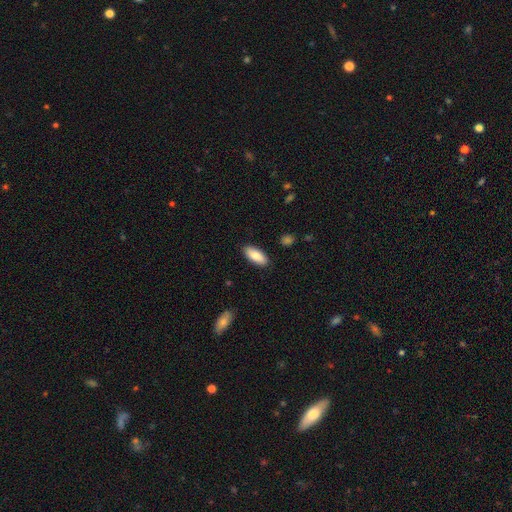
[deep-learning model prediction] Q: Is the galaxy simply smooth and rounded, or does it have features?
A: smooth — 84%.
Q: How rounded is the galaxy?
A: in between — 83%.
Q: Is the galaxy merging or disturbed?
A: none — 88%.